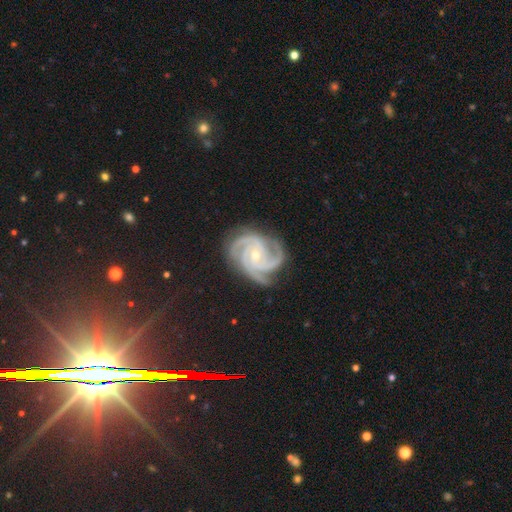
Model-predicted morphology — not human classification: type=featured or disk (93%); edge-on=no (98%); bar=no (66%); spiral arms=yes (99%); winding=tight (67%); arm count=3 (66%); bulge=small (64%); merging=none (77%).